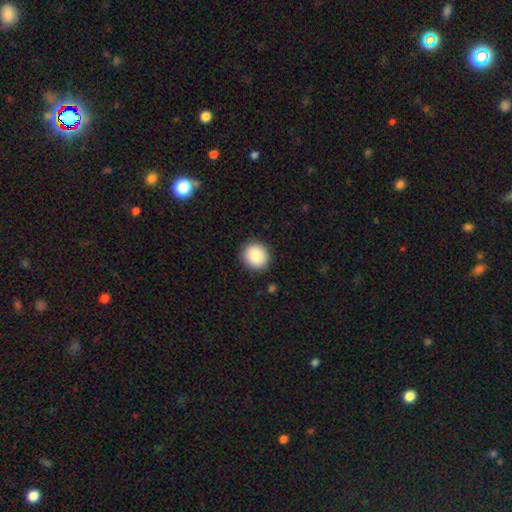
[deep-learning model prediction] Morphology: type=smooth (87%); roundness=round (89%); merging=none (91%).